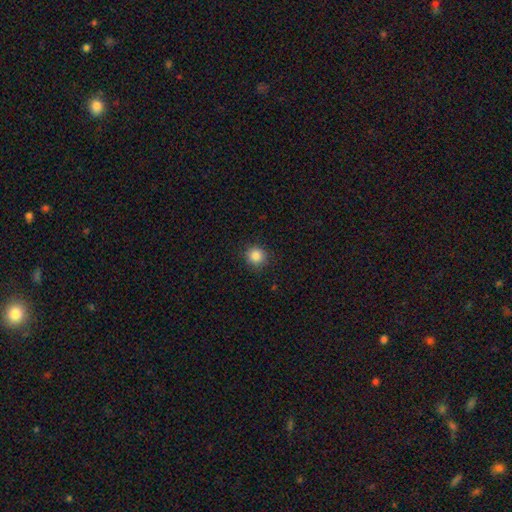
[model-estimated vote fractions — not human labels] smooth-or-featured: smooth: 85% | star or artifact: 11% | featured or disk: 4%
  how-rounded: round: 93% | in between: 6% | cigar-shaped: 1%
  merging: none: 89% | minor disturbance: 7% | major disturbance: 2% | merger: 1%